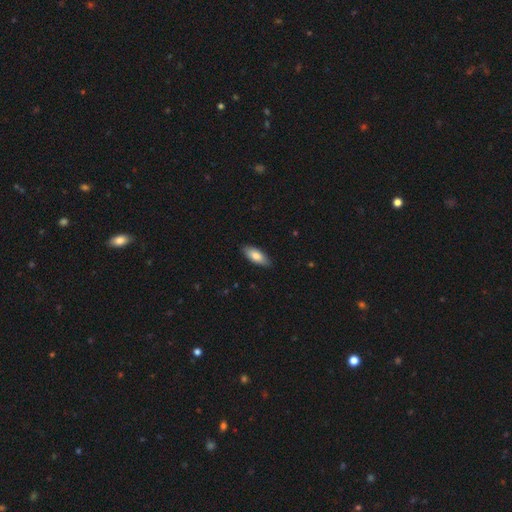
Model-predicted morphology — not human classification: smooth_or_featured: smooth (p=0.80) [alt: featured or disk p=0.14]
how_rounded: in between (p=0.80) [alt: cigar-shaped p=0.18]
merging: none (p=0.87) [alt: minor disturbance p=0.10]